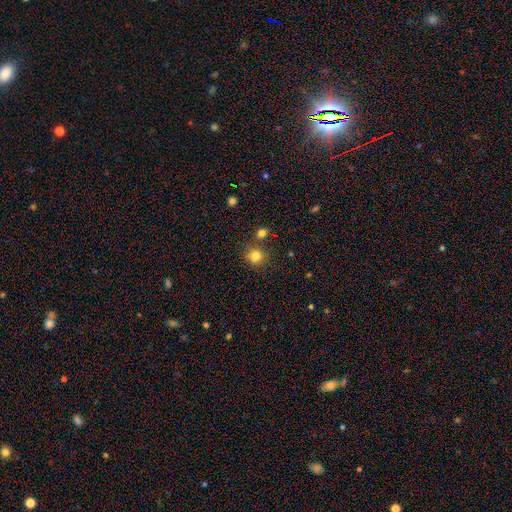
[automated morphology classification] type=smooth (80%); roundness=round (84%); merging=none (72%).